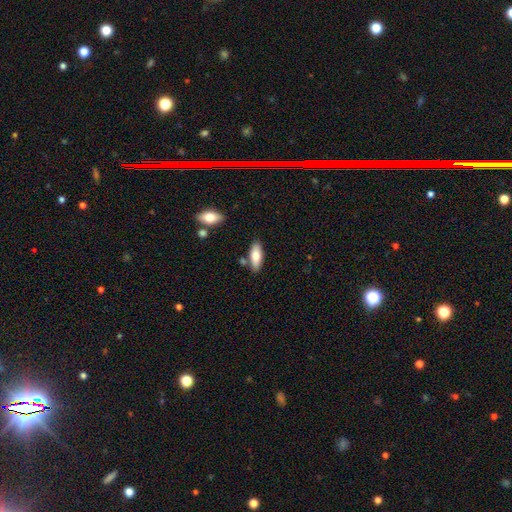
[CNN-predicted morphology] type=smooth (77%); roundness=in between (75%); merging=none (78%).